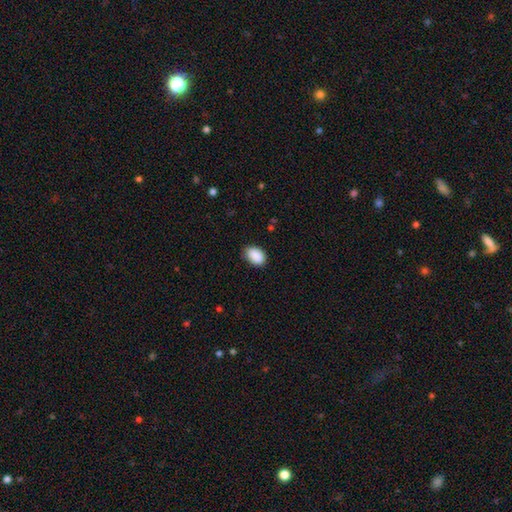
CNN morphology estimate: This appears to be a smooth galaxy with no disk features (90%) that is in between round and cigar-shaped (84%). Merging: none (79%).